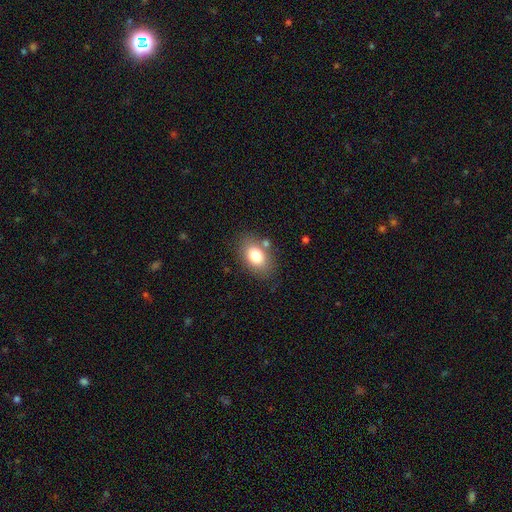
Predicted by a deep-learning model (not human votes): A smooth galaxy with no disk features (78%) that is in between round and cigar-shaped (82%). Merging: none (77%).